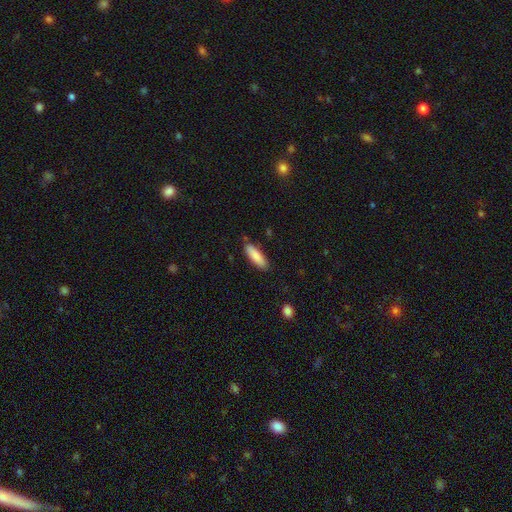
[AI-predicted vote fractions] Morphology: type=smooth (87%); roundness=cigar-shaped (49%, tied with in between); merging=none (85%).